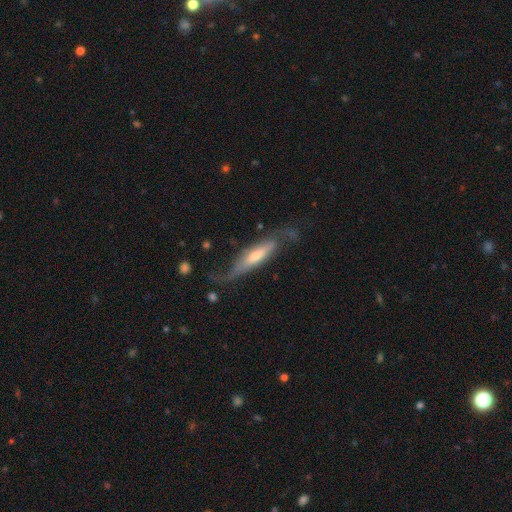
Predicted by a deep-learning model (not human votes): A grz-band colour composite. It shows a featured or disk galaxy (62%) viewed edge-on (59%). Merging: none (51%).